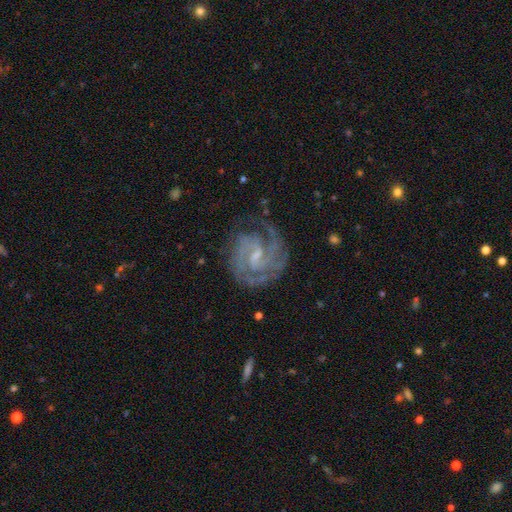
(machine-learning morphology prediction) Q: Smooth or featured?
A: featured or disk (89%); runner-up: star or artifact (6%)
Q: Edge-on disk?
A: no (98%); runner-up: yes (2%)
Q: Bar?
A: weak (57%); runner-up: strong (22%)
Q: Spiral arms?
A: yes (98%); runner-up: no (2%)
Q: Spiral winding?
A: tight (61%); runner-up: medium (34%)
Q: Spiral arm count?
A: 2 (48%); runner-up: 3 (25%)
Q: Bulge size?
A: small (57%); runner-up: moderate (26%)
Q: Merging?
A: none (71%); runner-up: minor disturbance (18%)